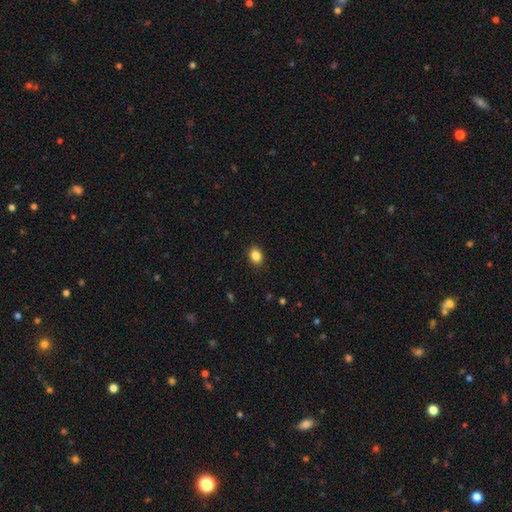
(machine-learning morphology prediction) type=smooth (86%); roundness=in between (55%); merging=none (90%).